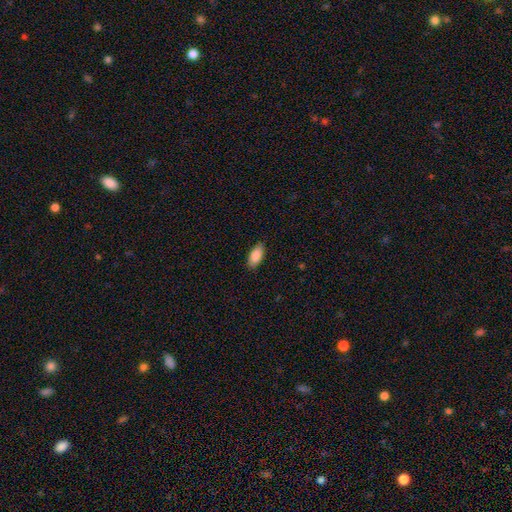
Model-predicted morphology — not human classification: Q: Smooth or featured?
A: smooth (89%); runner-up: star or artifact (6%)
Q: How rounded?
A: in between (89%); runner-up: cigar-shaped (9%)
Q: Merging?
A: none (87%); runner-up: minor disturbance (10%)